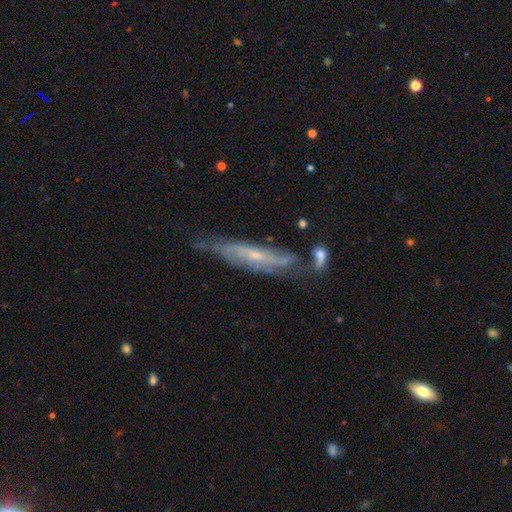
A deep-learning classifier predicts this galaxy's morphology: featured or disk 71%, smooth 21%, star or artifact 8%. Down the decision tree: edge-on disk — yes (52%); merging — none (54%).